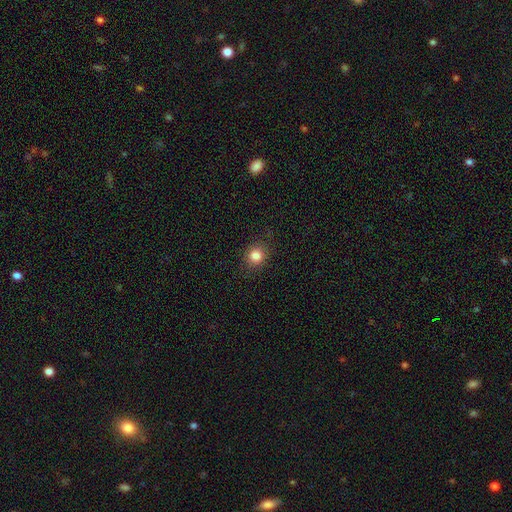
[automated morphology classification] This is clearly a smooth galaxy (83%). How rounded: likely round (78%). Merging: clearly none (87%).